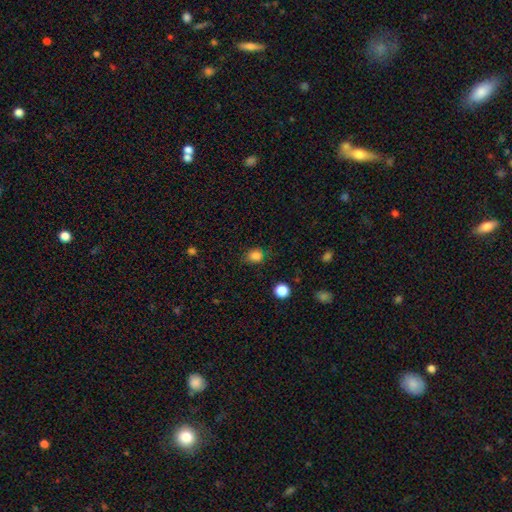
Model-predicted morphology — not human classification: This is clearly a smooth galaxy (83%). How rounded: possibly round (58%). Merging: likely none (75%).